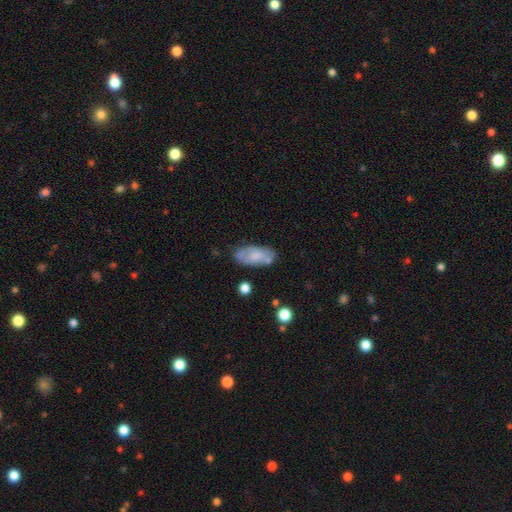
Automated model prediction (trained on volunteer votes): smooth_or_featured: smooth (p=0.63) [alt: featured or disk p=0.30]
how_rounded: in between (p=0.88) [alt: cigar-shaped p=0.09]
merging: none (p=0.67) [alt: minor disturbance p=0.21]